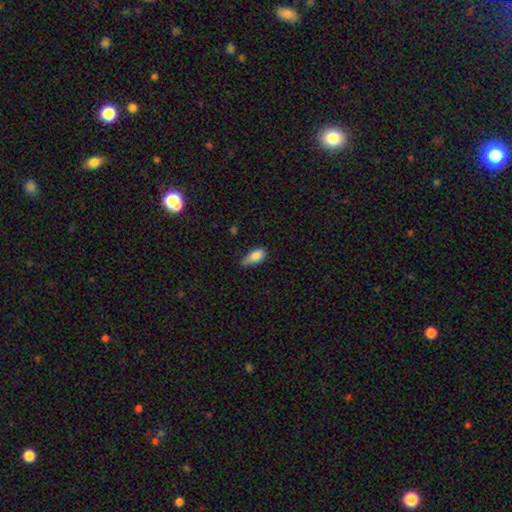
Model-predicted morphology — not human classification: This appears to be a smooth galaxy with no disk features (84%) that is in between round and cigar-shaped (87%). Merging: minor disturbance (48%).